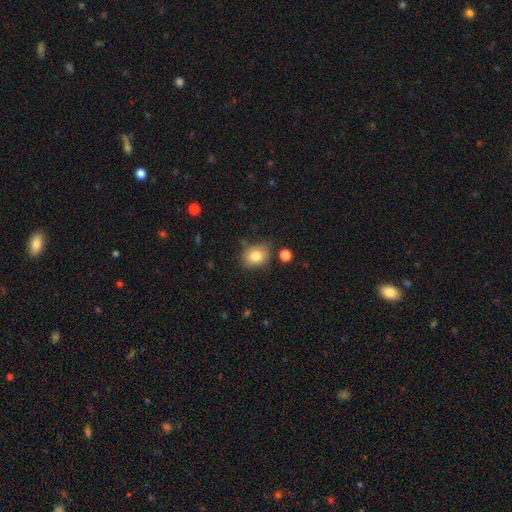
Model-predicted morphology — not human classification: Smooth or featured? Predicted: smooth (p=0.81). How rounded? Predicted: in between (p=0.56). Merging? Predicted: none (p=0.75).